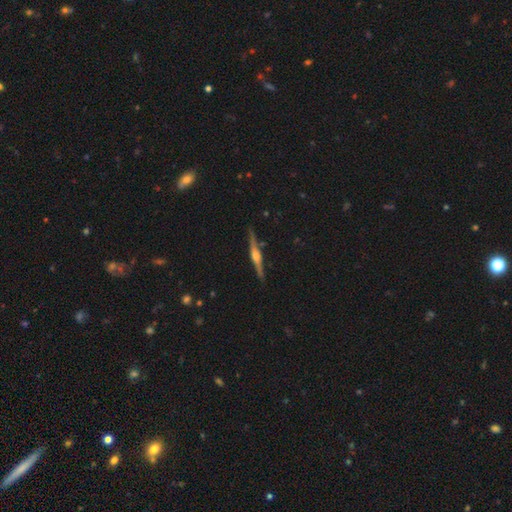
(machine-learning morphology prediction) type=featured or disk (82%); edge-on=yes (98%); edge-on bulge=rounded (87%); merging=none (88%).